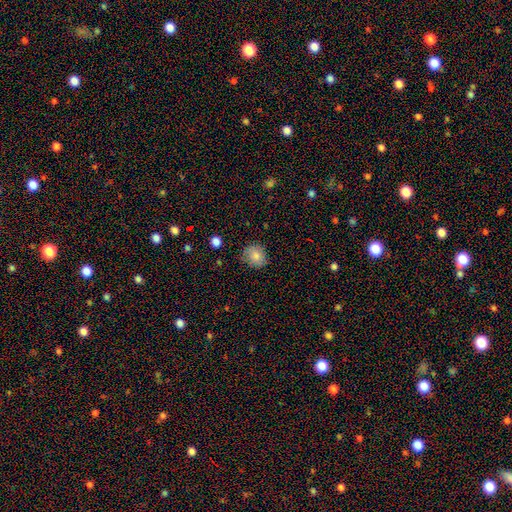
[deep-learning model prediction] Smooth or featured?
  - smooth: 81% *
  - featured or disk: 10%
  - star or artifact: 9%
How rounded?
  - round: 76% *
  - in between: 23%
  - cigar-shaped: 1%
Merging?
  - none: 76% *
  - minor disturbance: 19%
  - major disturbance: 4%
  - merger: 1%